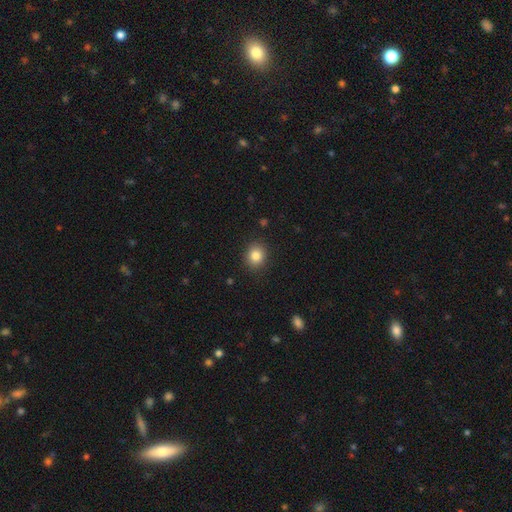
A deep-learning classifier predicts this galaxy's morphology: Smooth or featured: smooth — 84% (star or artifact — 10%)
How rounded: round — 77% (in between — 22%)
Merging: none — 89% (minor disturbance — 7%)